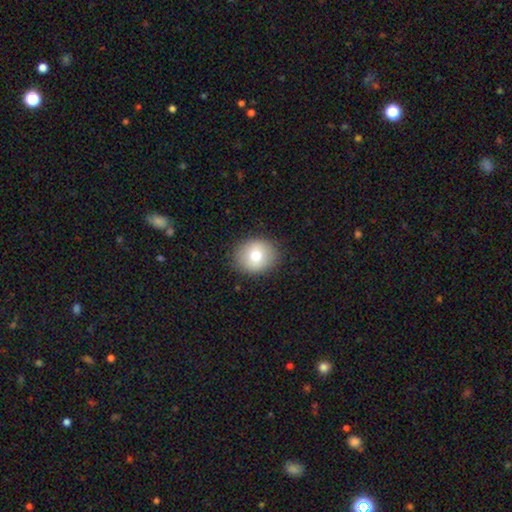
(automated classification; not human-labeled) The model was most divided on "how rounded": round: 76%, in between: 23%, cigar-shaped: 1%. More confident: merging — none (88%); smooth or featured — smooth (77%).